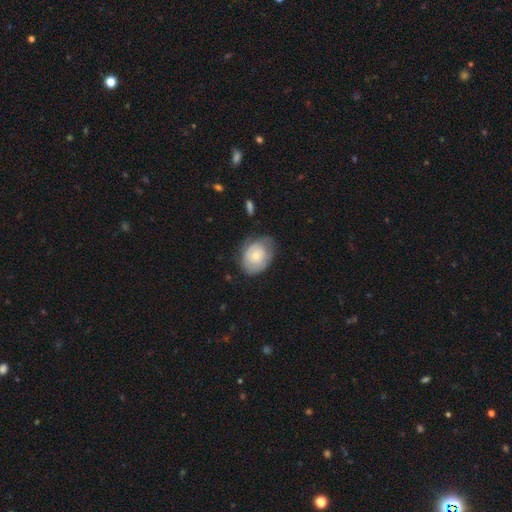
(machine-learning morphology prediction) Smooth or featured? Predicted: smooth (p=0.49). Merging? Predicted: none (p=0.61).